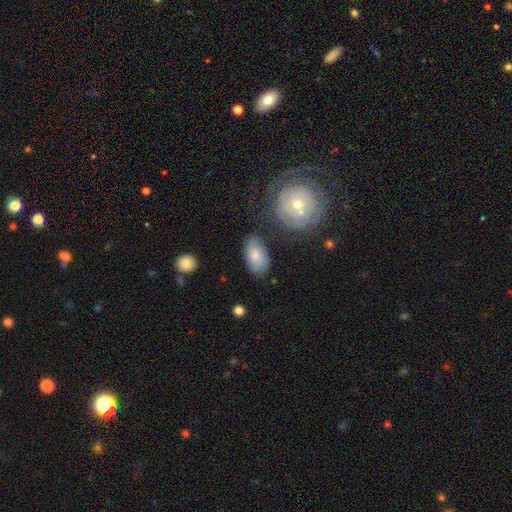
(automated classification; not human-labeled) Smooth or featured: smooth — 75% (featured or disk — 19%)
How rounded: in between — 93% (round — 5%)
Merging: none — 71% (minor disturbance — 19%)